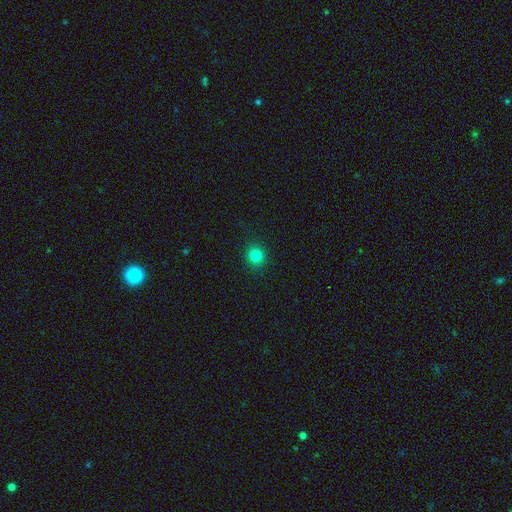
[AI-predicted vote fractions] smooth 82%, star or artifact 13%, featured or disk 5%. Down the decision tree: how rounded — round (91%); merging — none (91%).